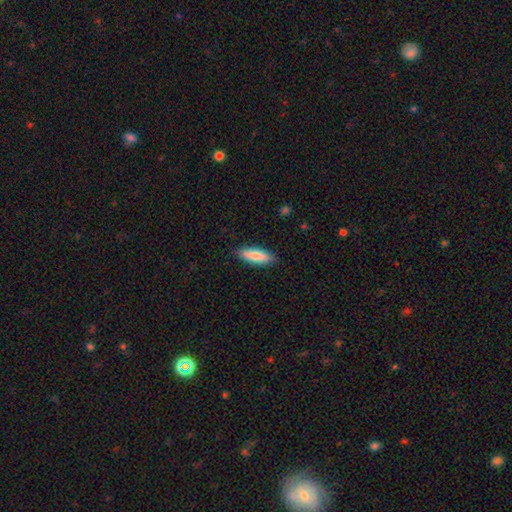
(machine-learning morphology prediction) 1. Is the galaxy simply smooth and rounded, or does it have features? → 83% smooth, 12% featured or disk, 6% star or artifact.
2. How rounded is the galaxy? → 52% cigar-shaped, 46% in between, 2% round.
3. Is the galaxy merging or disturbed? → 87% none, 10% minor disturbance, 2% major disturbance, 1% merger.